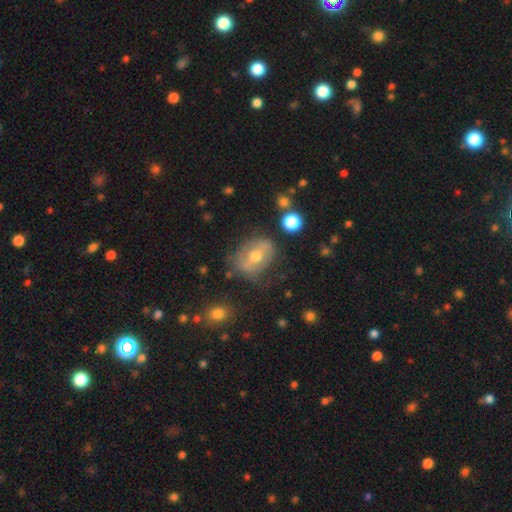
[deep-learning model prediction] Morphology: type=featured or disk (51%); edge-on=no (90%); merging=none (62%).